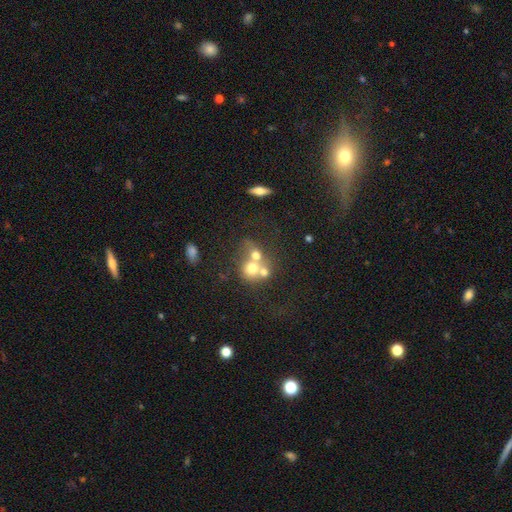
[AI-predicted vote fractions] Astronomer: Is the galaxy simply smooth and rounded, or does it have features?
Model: smooth — 59%.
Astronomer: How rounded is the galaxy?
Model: round — 70%.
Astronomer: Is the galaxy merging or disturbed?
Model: merger — 63%.